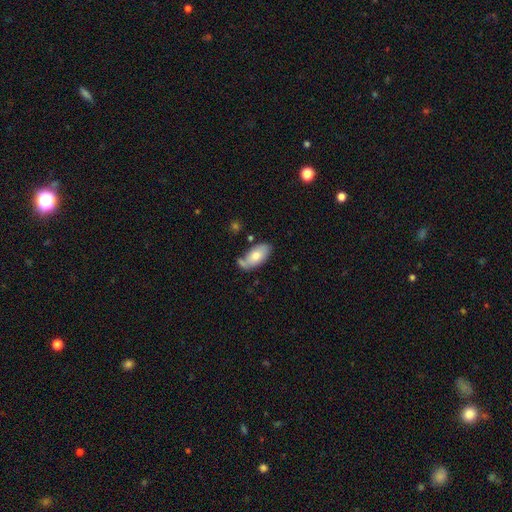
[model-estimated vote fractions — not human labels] Smooth or featured? smooth (72%)
How rounded? in between (92%)
Merging? none (59%)